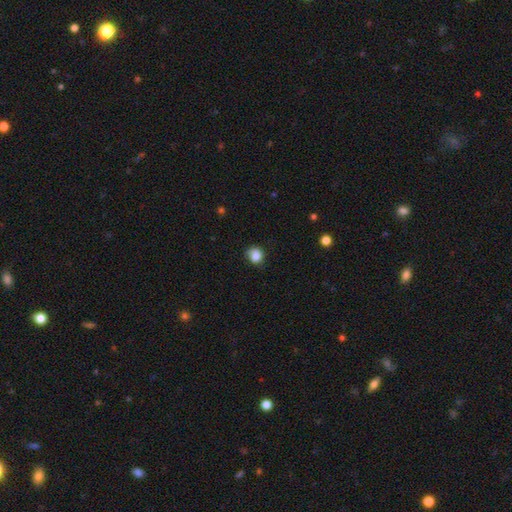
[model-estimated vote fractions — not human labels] Smooth or featured: smooth — 83% (star or artifact — 10%)
How rounded: round — 77% (in between — 22%)
Merging: none — 70% (minor disturbance — 23%)